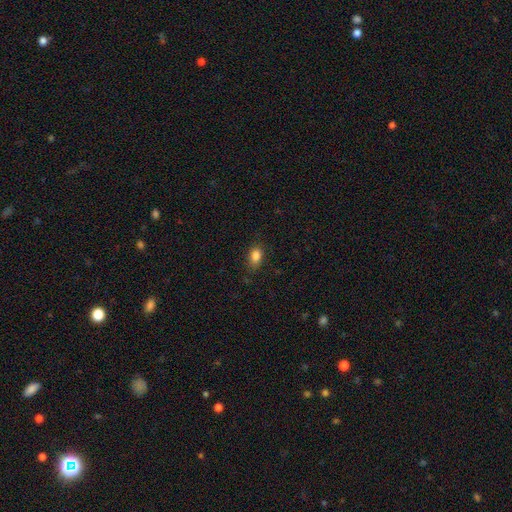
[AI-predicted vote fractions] Morphology: type=smooth (85%); roundness=in between (82%); merging=none (80%).